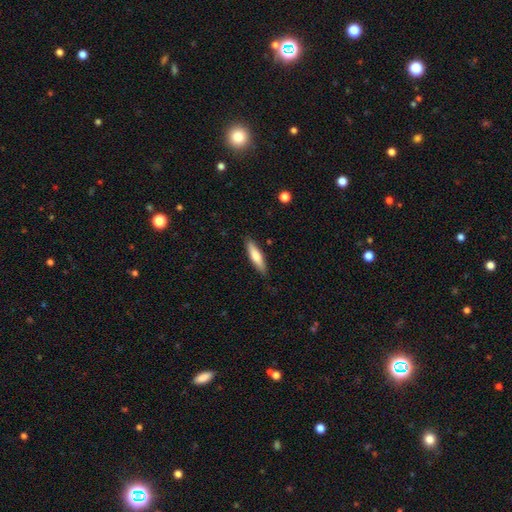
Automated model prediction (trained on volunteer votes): A smooth galaxy with no disk features (70%) that is cigar-shaped (73%). Merging: none (85%).